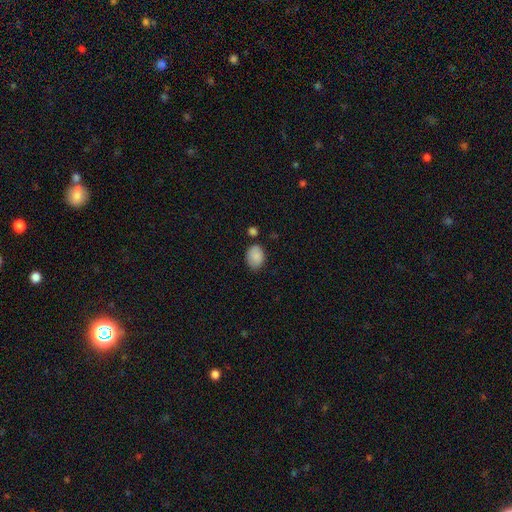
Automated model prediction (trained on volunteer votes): Morphology: type=smooth (88%); roundness=in between (71%); merging=none (73%).